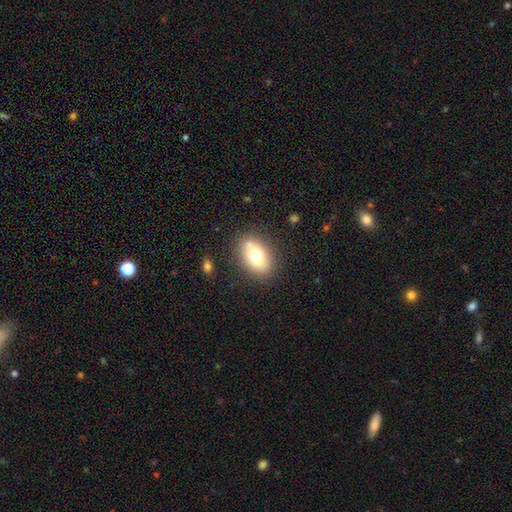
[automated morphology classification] This is likely a smooth galaxy (72%). How rounded: clearly in between (81%). Merging: likely none (80%).